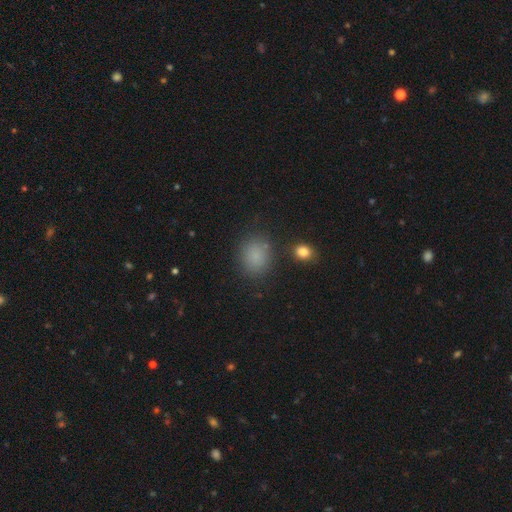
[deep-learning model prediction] smooth 82%, star or artifact 13%, featured or disk 5%. Down the decision tree: how rounded — round (61%); merging — none (81%).